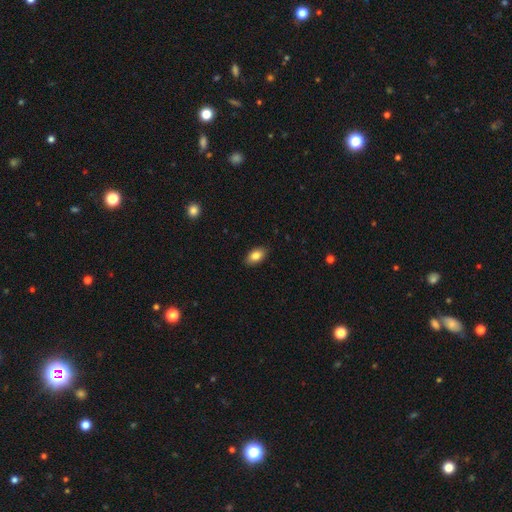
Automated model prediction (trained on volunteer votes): The model was most divided on "smooth or featured": smooth: 84%, featured or disk: 9%, star or artifact: 7%. More confident: how rounded — in between (92%); merging — none (88%).